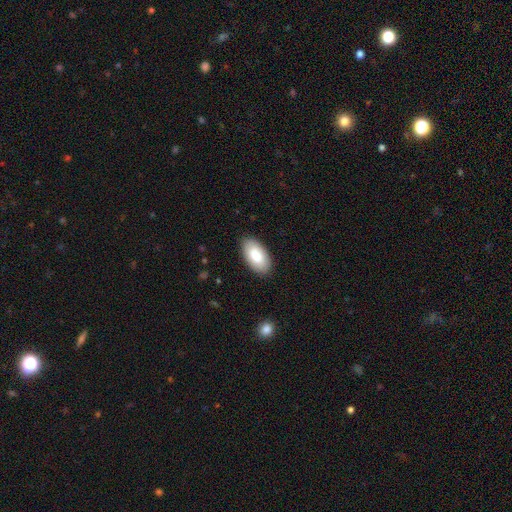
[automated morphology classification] Smooth or featured? smooth (85%)
How rounded? in between (96%)
Merging? none (88%)